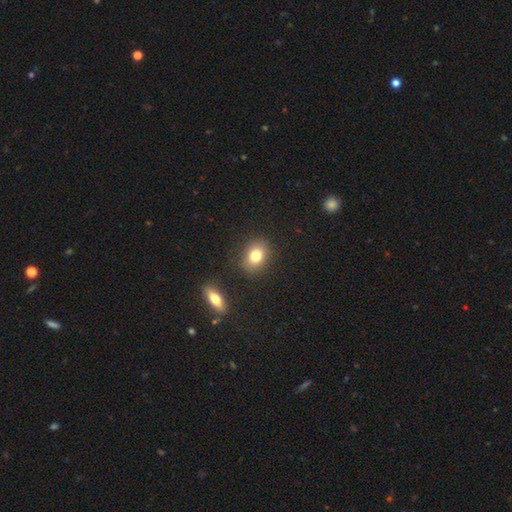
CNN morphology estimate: Q: Smooth or featured?
A: smooth (80%); runner-up: star or artifact (10%)
Q: How rounded?
A: in between (59%); runner-up: round (40%)
Q: Merging?
A: none (86%); runner-up: minor disturbance (9%)